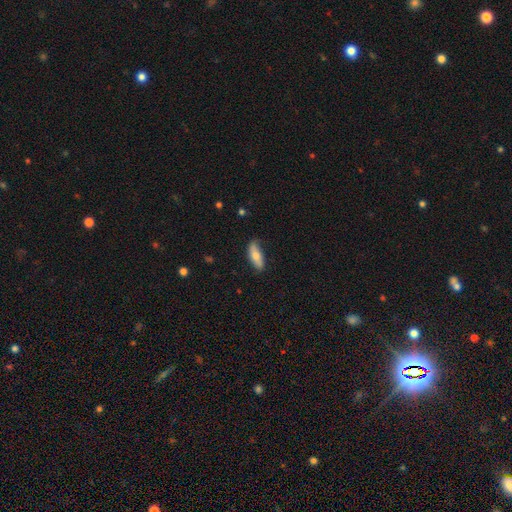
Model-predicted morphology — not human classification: Smooth or featured? Predicted: smooth (p=0.65). How rounded? Predicted: in between (p=0.67). Merging? Predicted: none (p=0.72).